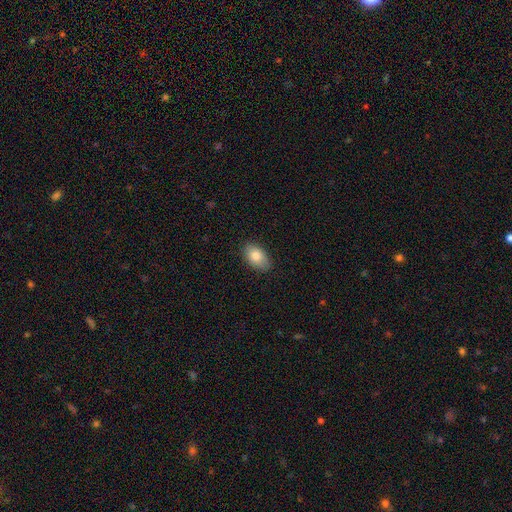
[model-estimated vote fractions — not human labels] smooth 83%, featured or disk 10%, star or artifact 7%. Down the decision tree: how rounded — in between (90%); merging — none (86%).